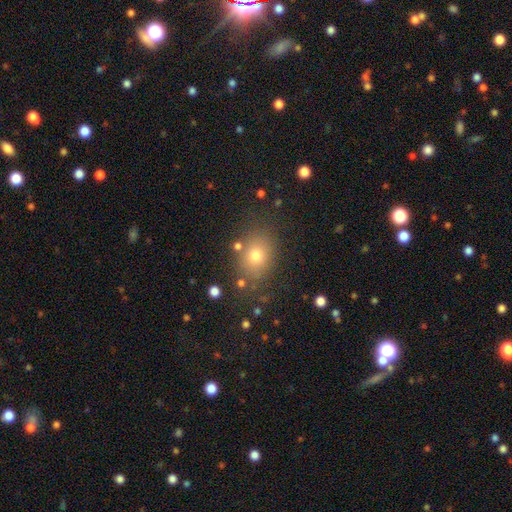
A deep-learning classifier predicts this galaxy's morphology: smooth-or-featured: smooth: 74% | star or artifact: 15% | featured or disk: 12%
  how-rounded: in between: 51% | round: 48% | cigar-shaped: 1%
  merging: none: 78% | minor disturbance: 12% | major disturbance: 5% | merger: 4%